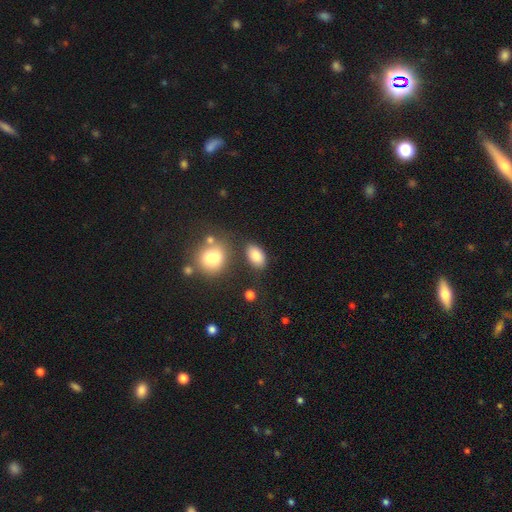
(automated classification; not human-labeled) Smooth or featured? Predicted: smooth (p=0.83). How rounded? Predicted: in between (p=0.89). Merging? Predicted: none (p=0.75).